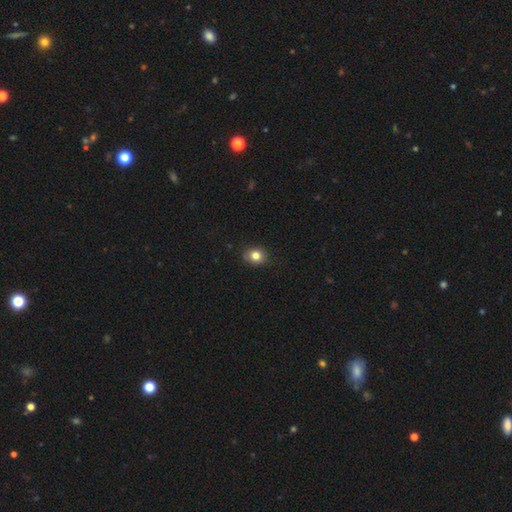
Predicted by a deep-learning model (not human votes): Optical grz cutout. It shows a smooth galaxy with no disk features (81%) that is round (64%). Merging: none (82%).